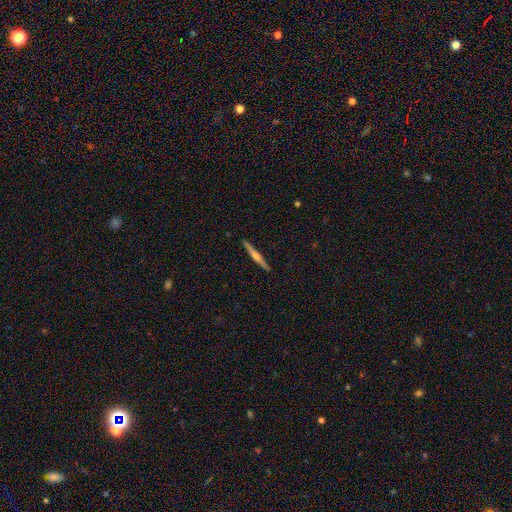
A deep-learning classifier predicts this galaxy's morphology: A featured or disk galaxy (73%) viewed edge-on (98%) with a rounded central bulge (84%). Merging: none (93%).